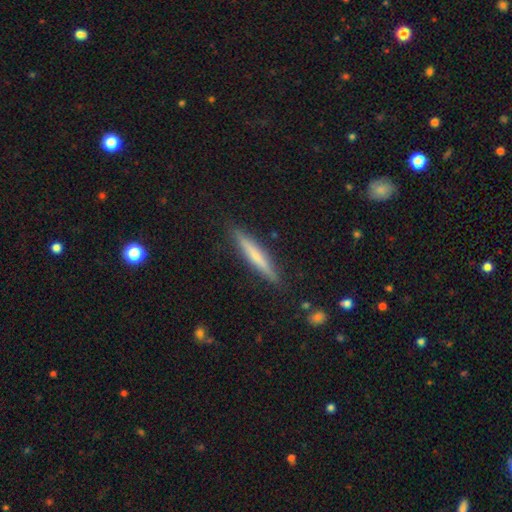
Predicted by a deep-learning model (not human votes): Morphology: type=smooth (54%); roundness=cigar-shaped (94%); merging=none (89%).